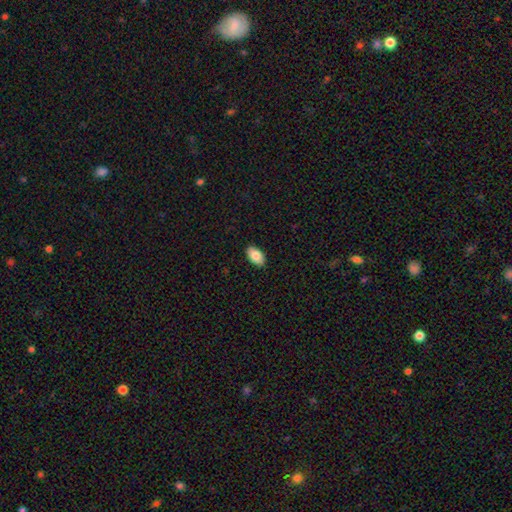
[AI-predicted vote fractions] Smooth or featured: smooth — 84% (featured or disk — 9%)
How rounded: in between — 94% (round — 5%)
Merging: none — 89% (minor disturbance — 8%)